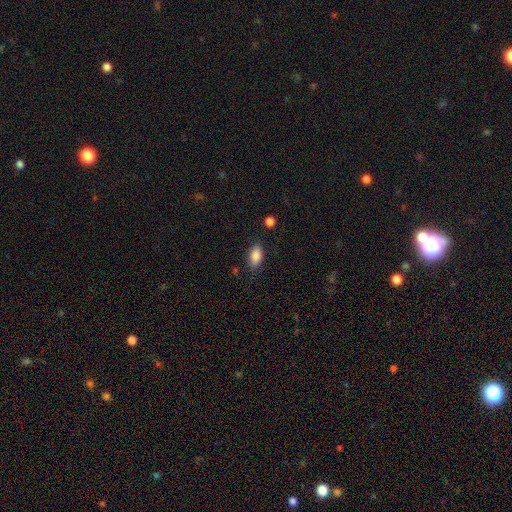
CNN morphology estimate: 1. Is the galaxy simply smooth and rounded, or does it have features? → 86% smooth, 8% star or artifact, 6% featured or disk.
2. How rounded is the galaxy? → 91% in between, 5% cigar-shaped, 4% round.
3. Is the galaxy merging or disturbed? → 81% none, 13% minor disturbance, 3% major disturbance, 2% merger.